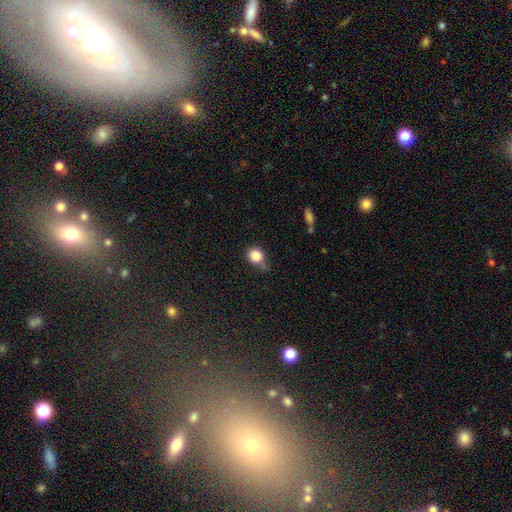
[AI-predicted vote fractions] This appears to be a smooth galaxy with no disk features (83%) that is round (72%). Merging: none (50%).